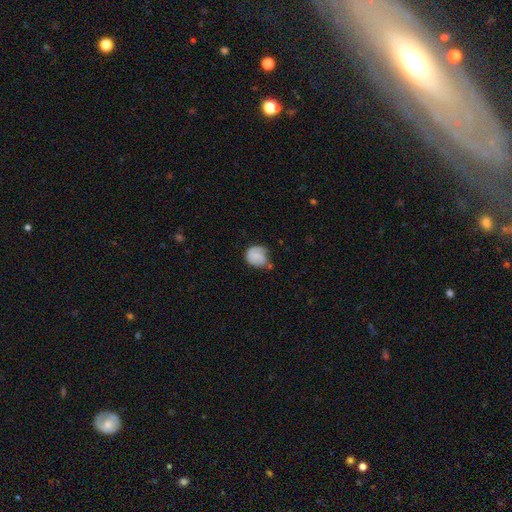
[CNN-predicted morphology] This is possibly a smooth galaxy (60%). How rounded: likely round (72%). Merging: possibly none (47%).